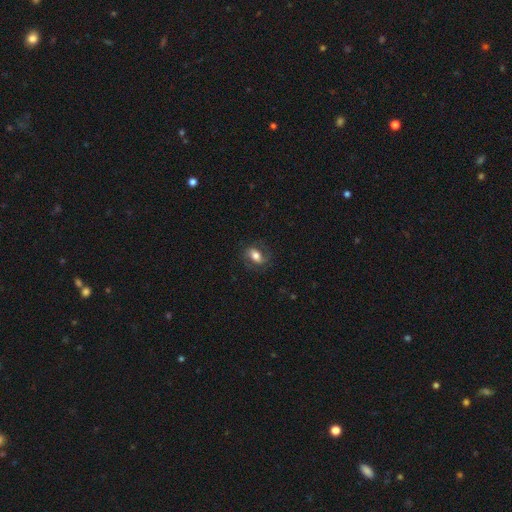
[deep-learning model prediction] This is possibly a smooth galaxy (53%). How rounded: likely in between (79%). Merging: likely none (73%).